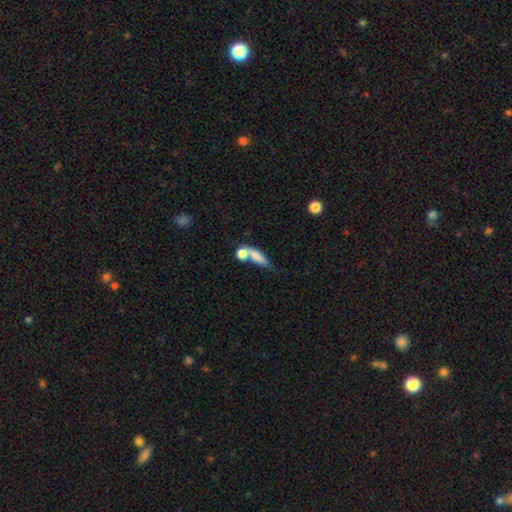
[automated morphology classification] A smooth galaxy with no disk features (74%) that is in between round and cigar-shaped (55%). Merging: merger (48%).